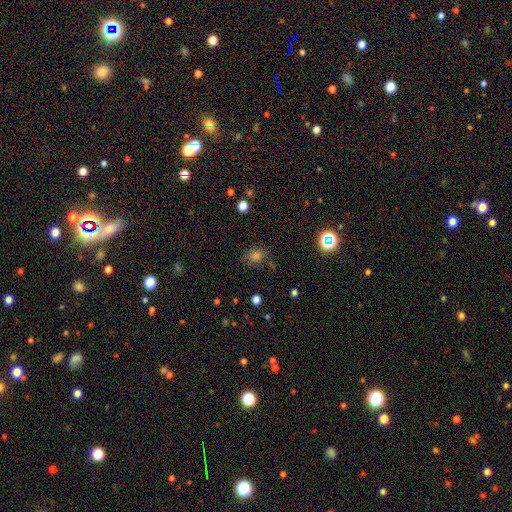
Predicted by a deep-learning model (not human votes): Smooth or featured? Predicted: smooth (p=0.63). How rounded? Predicted: in between (p=0.52). Merging? Predicted: none (p=0.77).